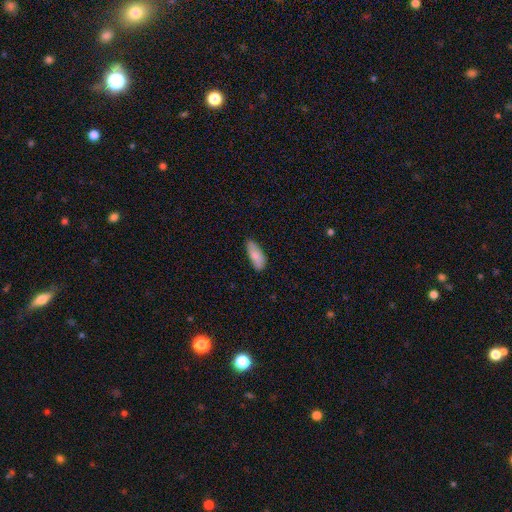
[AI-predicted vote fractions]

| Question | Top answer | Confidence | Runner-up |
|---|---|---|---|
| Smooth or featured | smooth | 82% | featured or disk (11%) |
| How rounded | in between | 80% | cigar-shaped (18%) |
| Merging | none | 72% | minor disturbance (23%) |